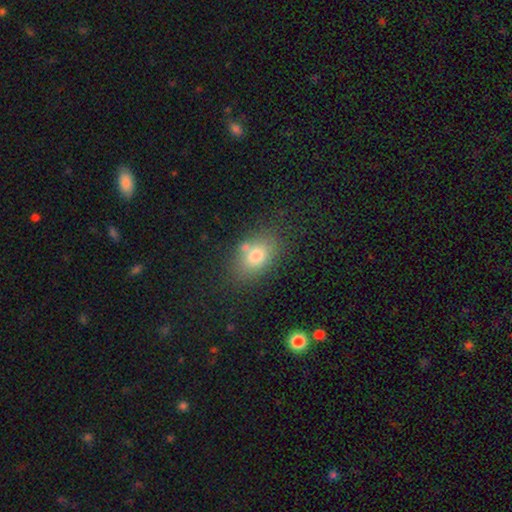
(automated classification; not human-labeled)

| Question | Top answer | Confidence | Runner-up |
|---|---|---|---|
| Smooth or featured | smooth | 76% | featured or disk (13%) |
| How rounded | in between | 79% | round (19%) |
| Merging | none | 68% | minor disturbance (16%) |